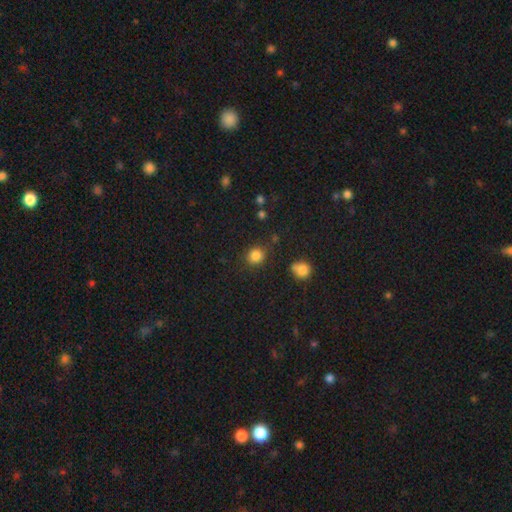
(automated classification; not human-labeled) A smooth galaxy with no disk features (84%) that is round (79%).

Vote fractions:
- Smooth or featured? smooth: 84% / star or artifact: 12% / featured or disk: 4%
- How rounded? round: 79% / in between: 20% / cigar-shaped: 1%
- Merging? none: 84% / minor disturbance: 10% / major disturbance: 3% / merger: 3%